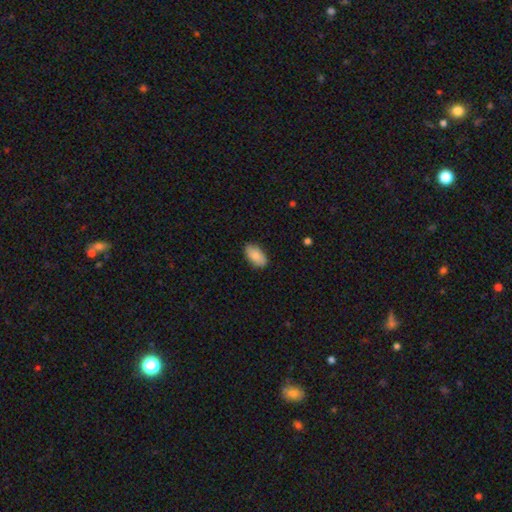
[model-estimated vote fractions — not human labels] smooth 85%, featured or disk 8%, star or artifact 6%. Down the decision tree: how rounded — in between (94%); merging — none (86%).